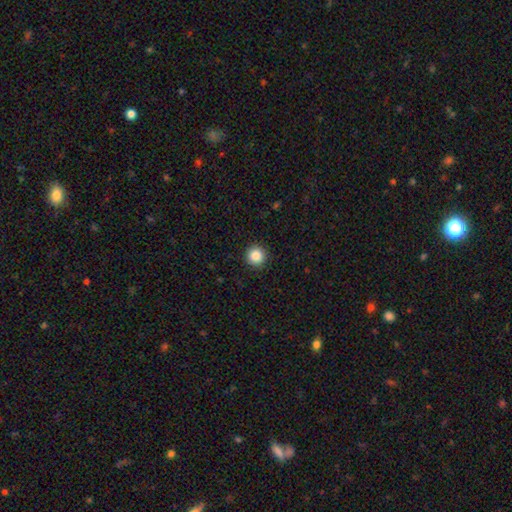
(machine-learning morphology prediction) A smooth galaxy with no disk features (86%) that is round (96%).

Vote fractions:
- Smooth or featured? smooth: 86% / star or artifact: 10% / featured or disk: 4%
- How rounded? round: 96% / in between: 3% / cigar-shaped: 1%
- Merging? none: 92% / minor disturbance: 5% / major disturbance: 2% / merger: 1%